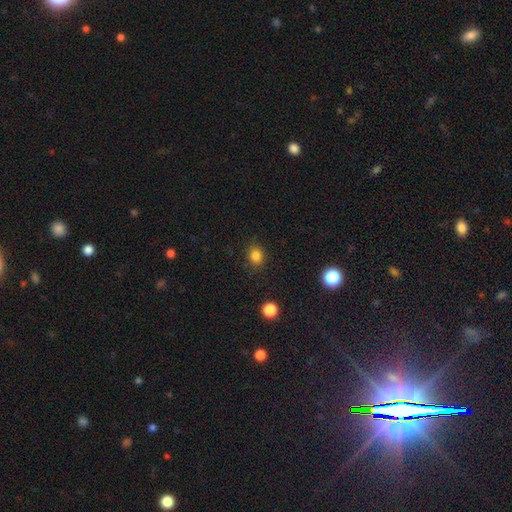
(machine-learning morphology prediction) smooth 83%, star or artifact 12%, featured or disk 5%. Down the decision tree: how rounded — round (61%); merging — none (86%).